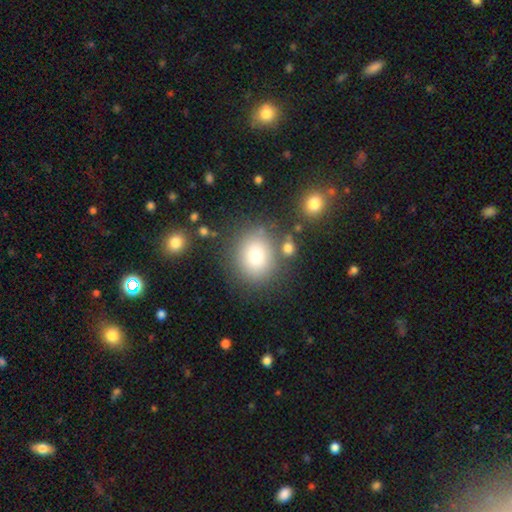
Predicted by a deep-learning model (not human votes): Q: Smooth or featured?
A: smooth (79%); runner-up: star or artifact (11%)
Q: How rounded?
A: round (70%); runner-up: in between (29%)
Q: Merging?
A: none (76%); runner-up: minor disturbance (12%)